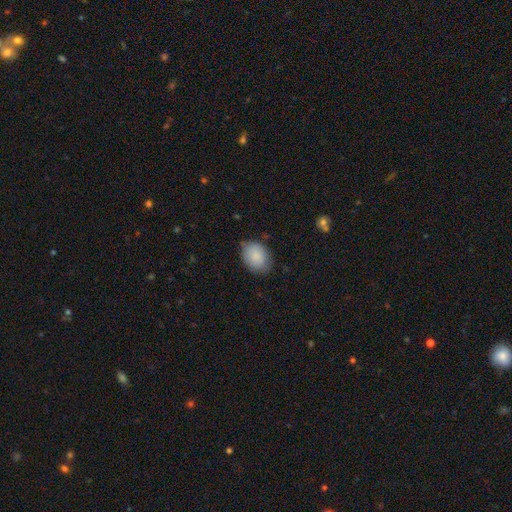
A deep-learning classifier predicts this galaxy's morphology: Q: Smooth or featured?
A: smooth (87%); runner-up: featured or disk (7%)
Q: How rounded?
A: in between (71%); runner-up: round (28%)
Q: Merging?
A: none (74%); runner-up: minor disturbance (21%)